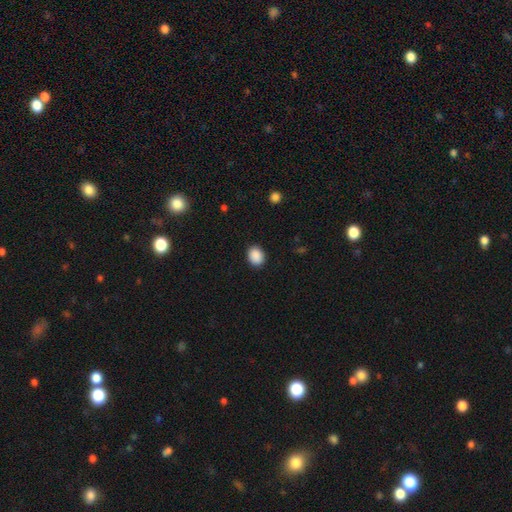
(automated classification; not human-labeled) Overall: smooth (89%). How rounded: round (50%; in between 49%). Merging: none (89%).